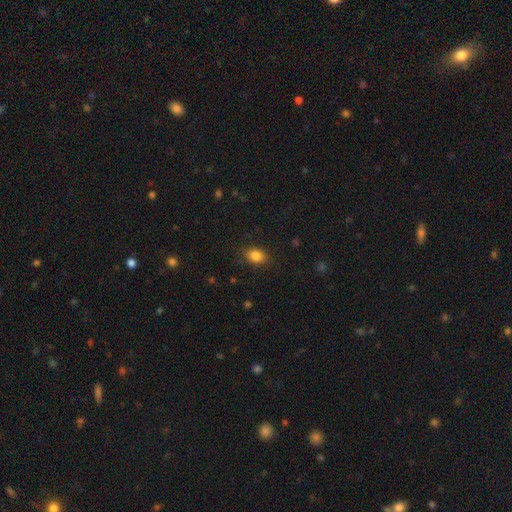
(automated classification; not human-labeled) smooth-or-featured: smooth: 85% | star or artifact: 10% | featured or disk: 5%
  how-rounded: in between: 72% | round: 26% | cigar-shaped: 1%
  merging: none: 85% | minor disturbance: 11% | major disturbance: 3% | merger: 1%